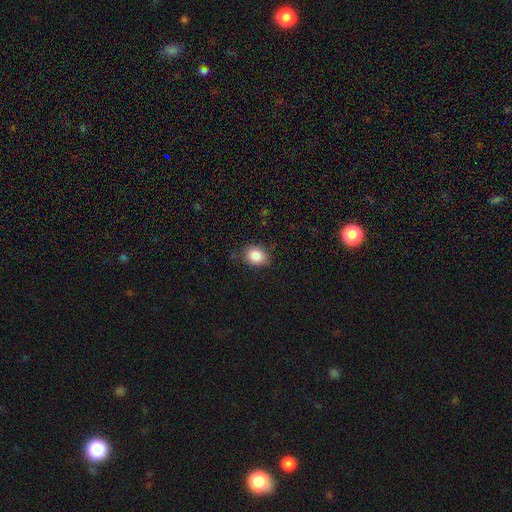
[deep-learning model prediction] The model was most divided on "how rounded": in between: 55%, round: 44%, cigar-shaped: 1%. More confident: smooth or featured — smooth (87%); merging — none (79%).